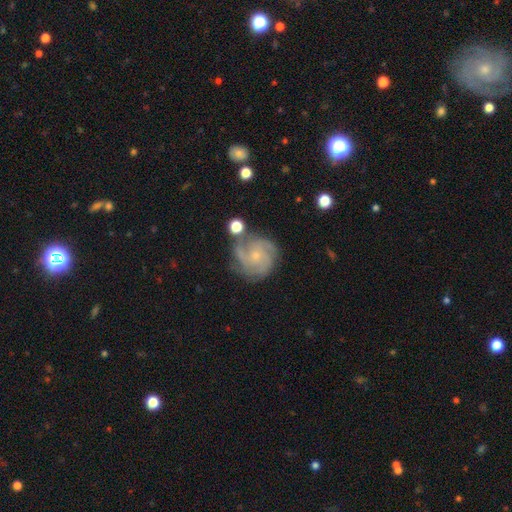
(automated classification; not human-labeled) This is clearly a featured or disk galaxy (84%). It is clearly not viewed edge-on (98%). Bar: likely no (77%). Spiral arm pattern: clearly yes (97%). Spiral arm count: marginally 3 (44%). Spiral winding: possibly tight (52%). Central bulge: likely small (80%). Merging: likely none (69%).